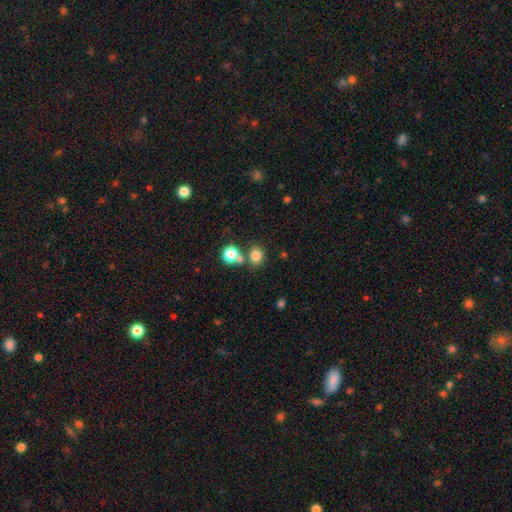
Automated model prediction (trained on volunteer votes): smooth-or-featured: smooth: 79% | star or artifact: 14% | featured or disk: 7%
  how-rounded: round: 69% | in between: 30% | cigar-shaped: 1%
  merging: none: 66% | merger: 21% | minor disturbance: 9% | major disturbance: 4%